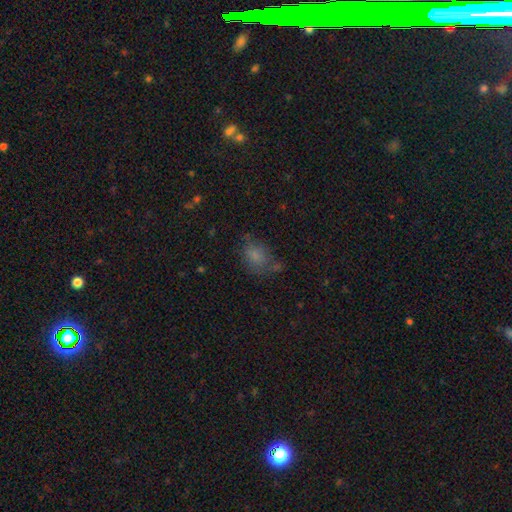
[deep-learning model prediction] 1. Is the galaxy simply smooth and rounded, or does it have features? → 76% smooth, 13% star or artifact, 11% featured or disk.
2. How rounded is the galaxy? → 68% in between, 31% round, 2% cigar-shaped.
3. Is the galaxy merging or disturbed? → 51% none, 26% minor disturbance, 13% major disturbance, 10% merger.